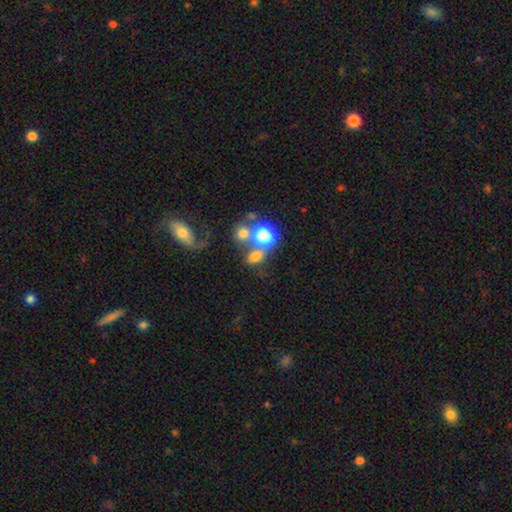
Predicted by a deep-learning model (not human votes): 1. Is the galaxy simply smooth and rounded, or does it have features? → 63% smooth, 19% star or artifact, 18% featured or disk.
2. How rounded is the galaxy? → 52% round, 46% in between, 2% cigar-shaped.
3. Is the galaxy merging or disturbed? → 41% merger, 35% none, 14% major disturbance, 11% minor disturbance.